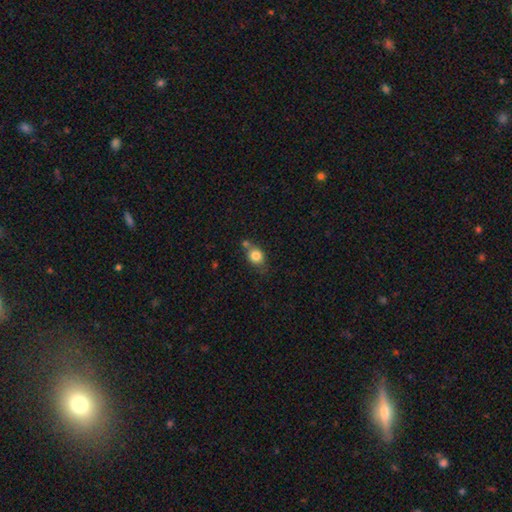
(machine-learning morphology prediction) The model was most divided on "how rounded": round: 54%, in between: 44%, cigar-shaped: 2%. Remaining: smooth or featured — smooth (81%); merging — none (50%).